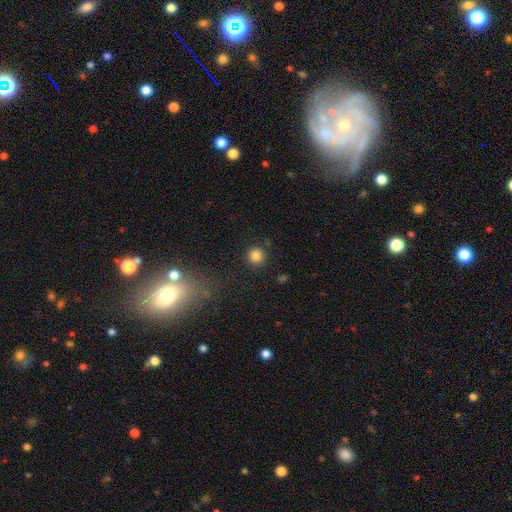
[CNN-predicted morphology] A smooth galaxy with no disk features (83%) that is round (94%). Merging: none (88%).